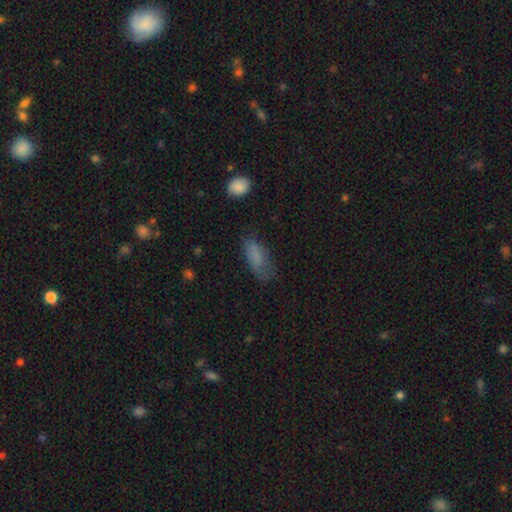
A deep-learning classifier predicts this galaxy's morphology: Smooth or featured? Predicted: smooth (p=0.77). How rounded? Predicted: in between (p=0.80). Merging? Predicted: none (p=0.58).